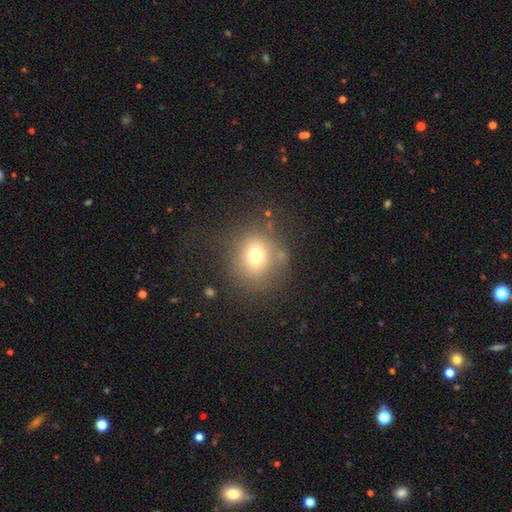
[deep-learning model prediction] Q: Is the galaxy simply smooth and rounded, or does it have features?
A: smooth — 70%.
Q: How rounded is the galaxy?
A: round — 83%.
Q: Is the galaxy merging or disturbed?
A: none — 75%.